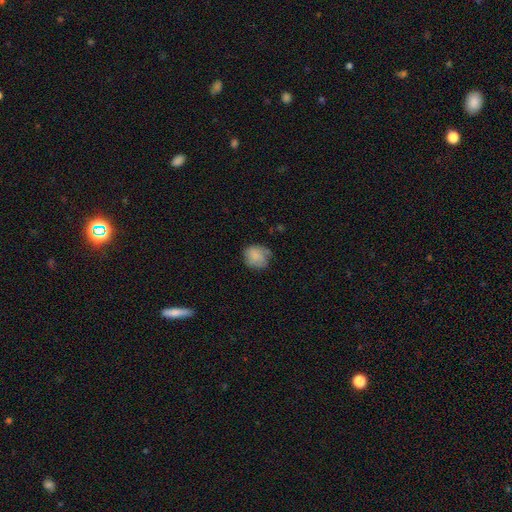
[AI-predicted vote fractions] Smooth or featured? Predicted: smooth (p=0.78). How rounded? Predicted: round (p=0.72). Merging? Predicted: none (p=0.59).